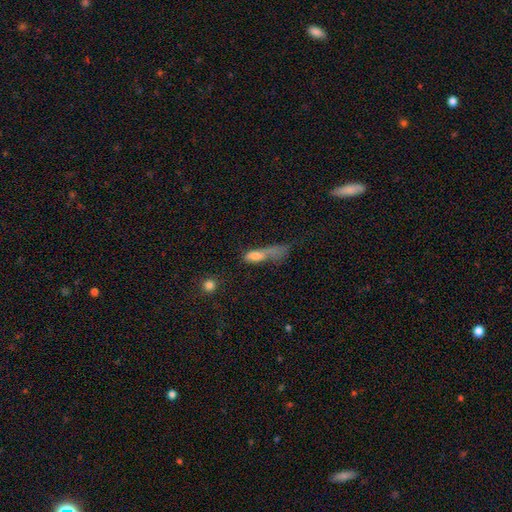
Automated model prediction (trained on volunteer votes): Smooth or featured? Predicted: smooth (p=0.66). How rounded? Predicted: in between (p=0.47, tied with cigar-shaped). Merging? Predicted: major disturbance (p=0.44).